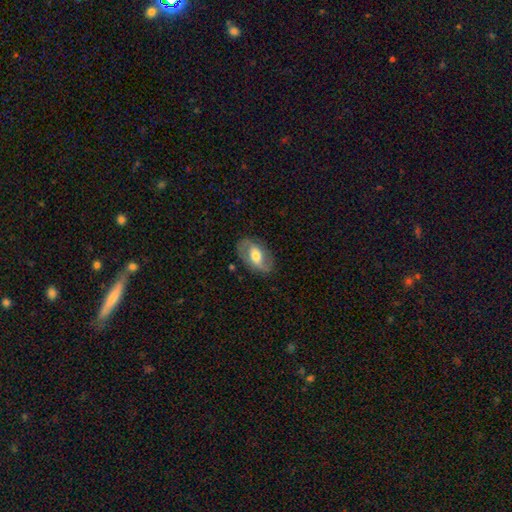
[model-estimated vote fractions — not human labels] Morphology: type=featured or disk (62%); edge-on=no (93%); bar=weak (40%); spiral arms=yes (76%); bulge=moderate (65%); merging=none (79%).